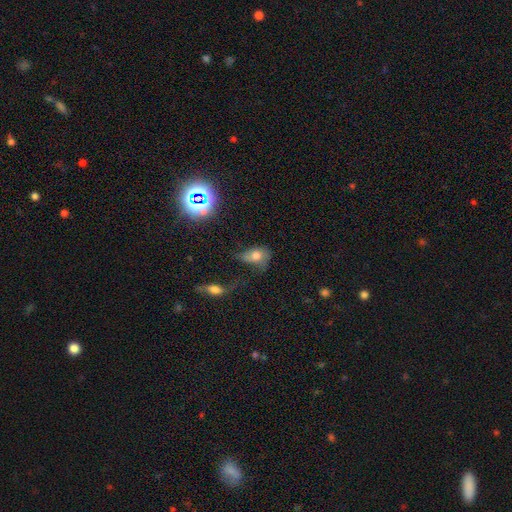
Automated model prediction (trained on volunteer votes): A smooth galaxy with no disk features (65%) that is in between round and cigar-shaped (74%). Merging: major disturbance (31%).